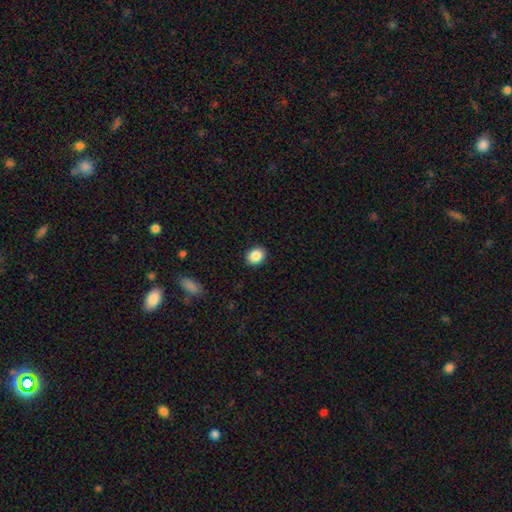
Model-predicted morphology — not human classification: smooth-or-featured: smooth: 88% | star or artifact: 9% | featured or disk: 4%
  how-rounded: round: 56% | in between: 43% | cigar-shaped: 1%
  merging: none: 91% | minor disturbance: 6% | major disturbance: 2% | merger: 1%